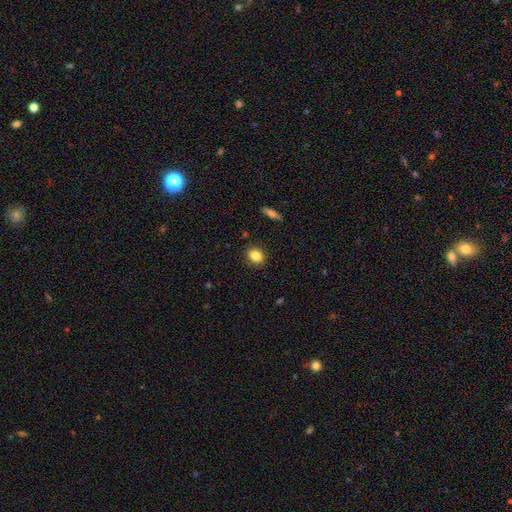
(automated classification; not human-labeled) Morphology: type=smooth (85%); roundness=round (50%); merging=none (88%).